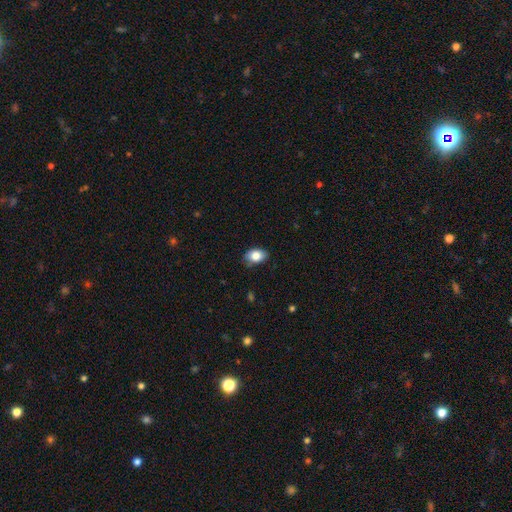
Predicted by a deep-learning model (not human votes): Q: Smooth or featured?
A: smooth (82%); runner-up: featured or disk (10%)
Q: How rounded?
A: in between (82%); runner-up: round (16%)
Q: Merging?
A: none (78%); runner-up: minor disturbance (18%)